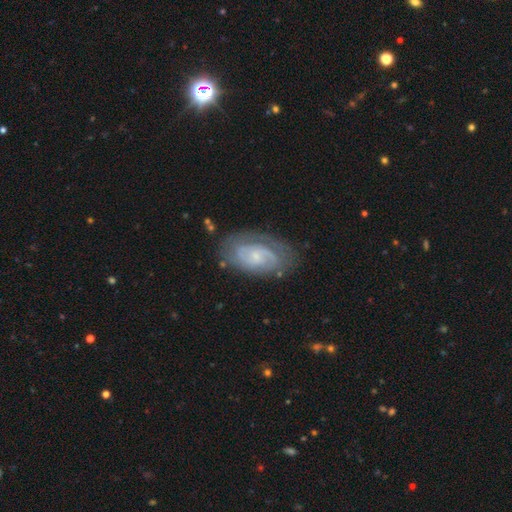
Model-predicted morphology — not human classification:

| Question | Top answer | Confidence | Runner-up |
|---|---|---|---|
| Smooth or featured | featured or disk | 77% | smooth (16%) |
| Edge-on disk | no | 96% | yes (4%) |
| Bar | no | 65% | weak (30%) |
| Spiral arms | yes | 91% | no (9%) |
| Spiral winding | tight | 61% | medium (31%) |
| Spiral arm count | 2 | 53% | can't tell (27%) |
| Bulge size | small | 67% | moderate (21%) |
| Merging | none | 73% | minor disturbance (18%) |